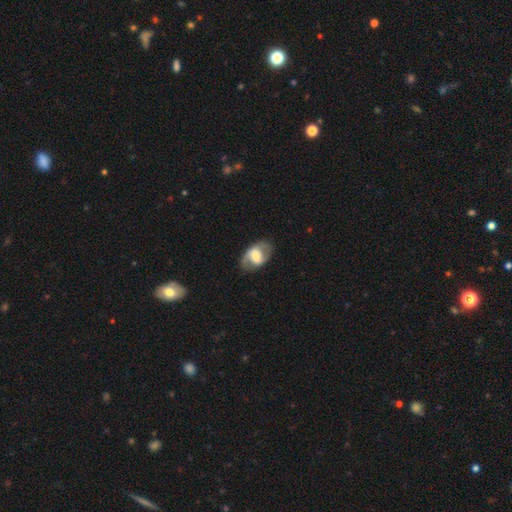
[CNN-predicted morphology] Smooth or featured? featured or disk (66%)
Edge-on disk? no (95%)
Bar? weak (44%)
Spiral arms? yes (76%)
Bulge size? moderate (54%)
Merging? none (78%)